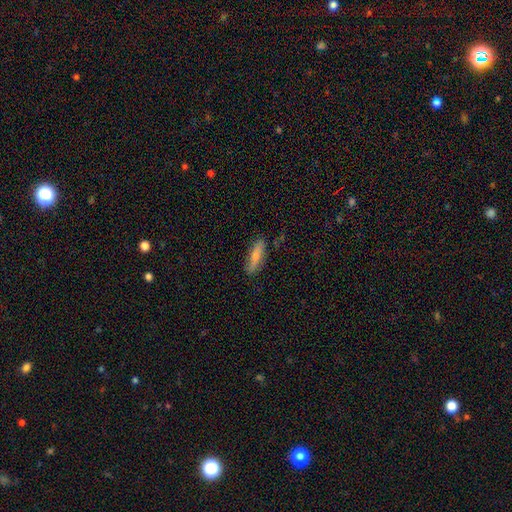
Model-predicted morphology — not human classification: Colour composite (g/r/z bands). It shows a smooth galaxy with no disk features (59%) that is cigar-shaped (70%). Merging: none (83%).